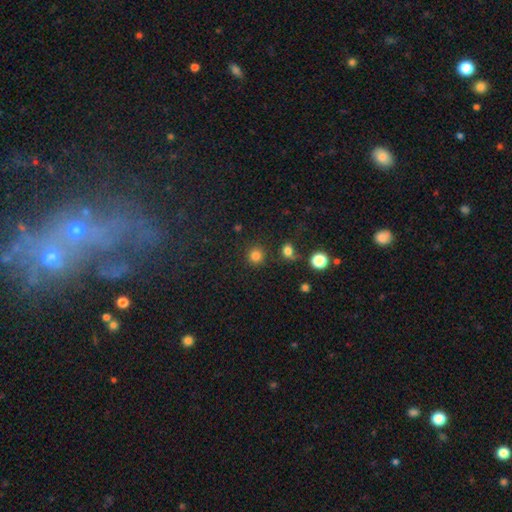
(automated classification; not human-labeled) This is clearly a smooth galaxy (81%). How rounded: clearly round (91%). Merging: clearly none (85%).